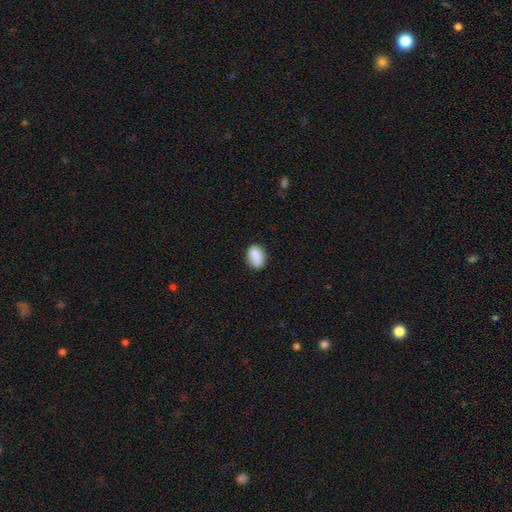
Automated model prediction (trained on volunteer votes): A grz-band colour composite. It shows a smooth galaxy with no disk features (87%) that is in between round and cigar-shaped (78%). Merging: none (80%).